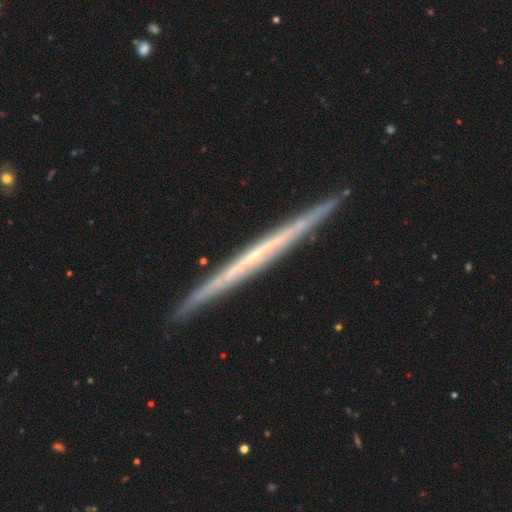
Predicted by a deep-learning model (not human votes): A featured or disk galaxy (74%) viewed edge-on (98%) with no central bulge (88%). Merging: none (91%).